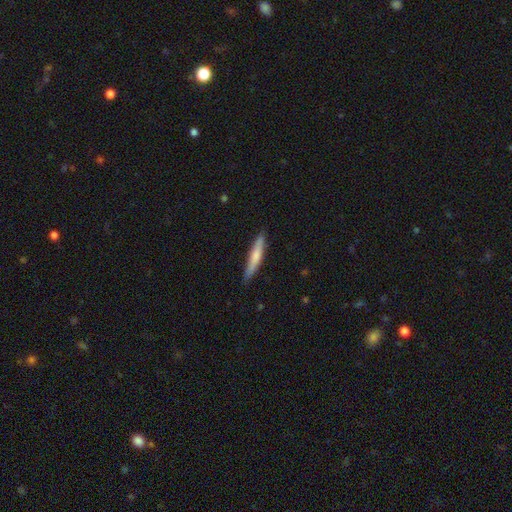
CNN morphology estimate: This is likely a smooth galaxy (65%). How rounded: clearly cigar-shaped (92%). Merging: clearly none (86%).